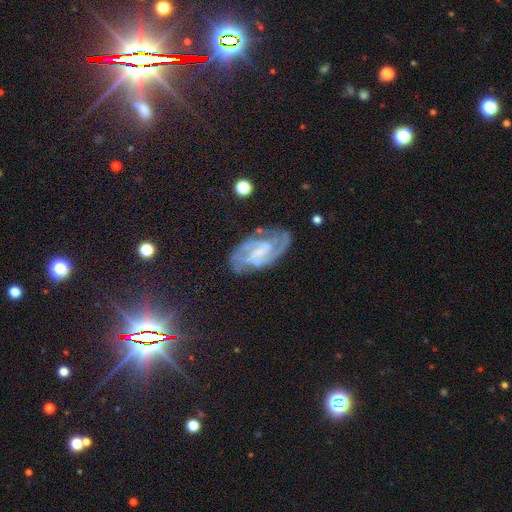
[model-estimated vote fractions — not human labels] A featured or disk galaxy (76%) with a weak bar (45%), 2 (51%) tight (48%) spiral arms (94%) and a small central bulge (52%).

Vote fractions:
- Smooth or featured? featured or disk: 76% / star or artifact: 14% / smooth: 10%
- Edge-on disk? no: 94% / yes: 6%
- Bar? weak: 45% / strong: 33% / no: 23%
- Spiral arms? yes: 94% / no: 6%
- Spiral winding? tight: 48% / medium: 40% / loose: 12%
- Spiral arm count? 2: 51% / can't tell: 22% / 3: 14% / 4: 5% / 1: 4% / more than 4: 4%
- Bulge size? small: 52% / none: 23% / moderate: 21% / large: 2% / dominant: 1%
- Merging? none: 74% / minor disturbance: 16% / major disturbance: 7% / merger: 2%